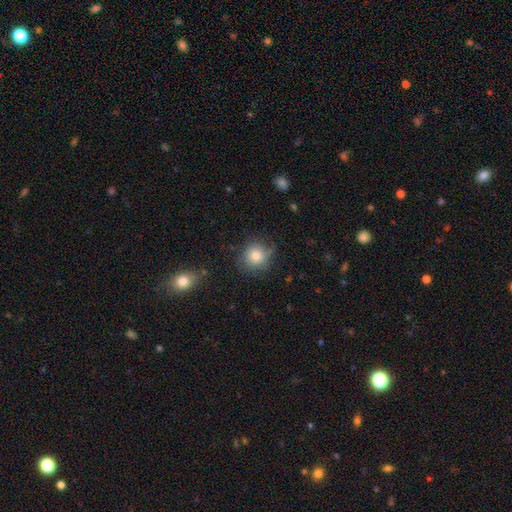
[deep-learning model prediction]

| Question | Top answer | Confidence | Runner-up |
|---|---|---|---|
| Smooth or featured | smooth | 78% | featured or disk (12%) |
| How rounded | round | 87% | in between (12%) |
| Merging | none | 70% | minor disturbance (21%) |